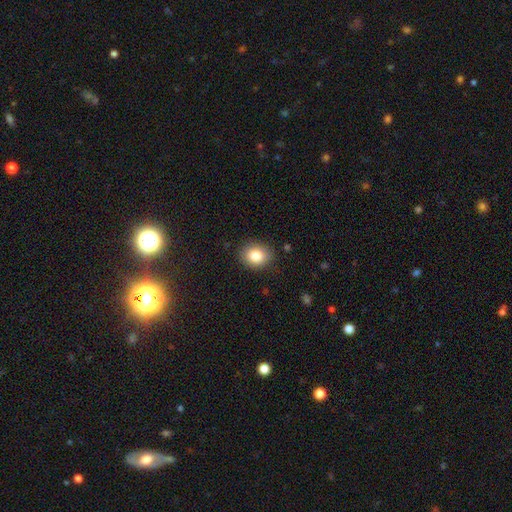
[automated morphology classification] This appears to be a smooth galaxy with no disk features (84%) that is round (54%). Merging: none (85%).